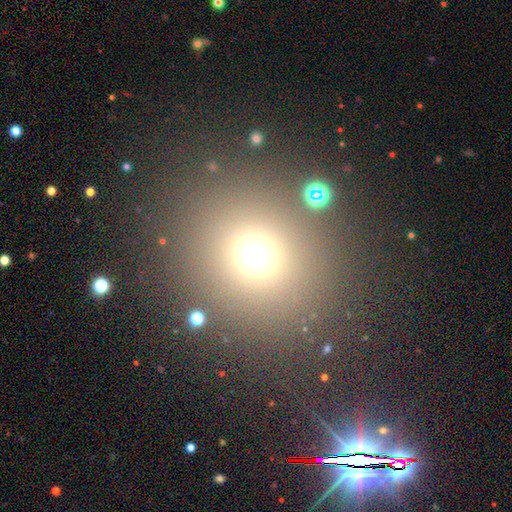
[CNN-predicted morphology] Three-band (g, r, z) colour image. It shows a smooth galaxy with no disk features (64%) that is round (87%). Merging: none (84%).